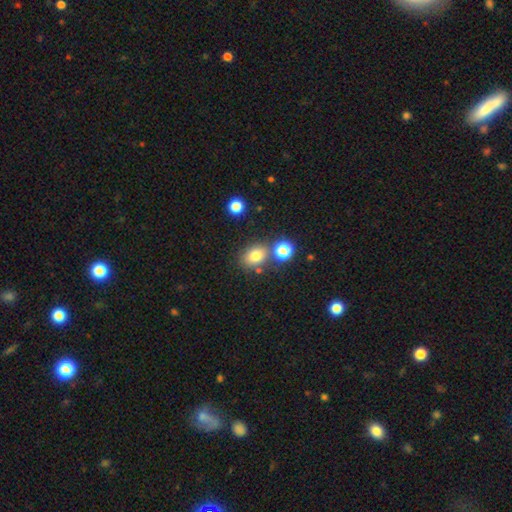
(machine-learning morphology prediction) smooth 76%, star or artifact 14%, featured or disk 9%. Down the decision tree: how rounded — in between (58%); merging — none (70%).